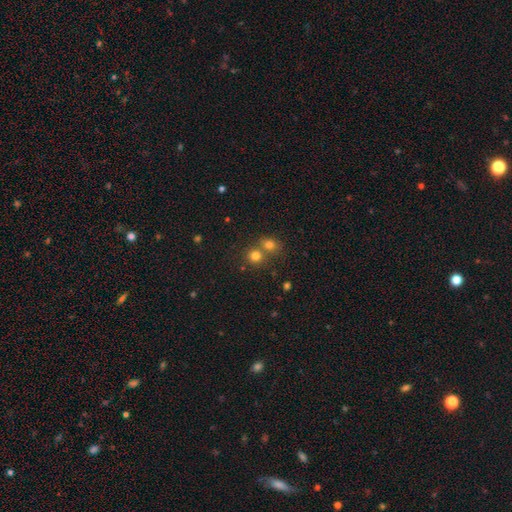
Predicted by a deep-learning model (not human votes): Morphology: type=smooth (75%); roundness=round (87%); merging=none (52%).